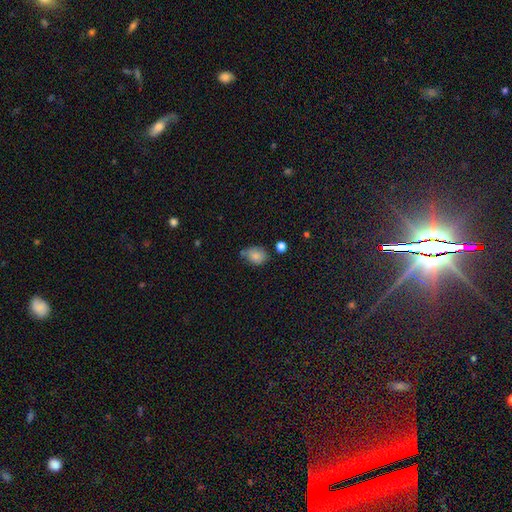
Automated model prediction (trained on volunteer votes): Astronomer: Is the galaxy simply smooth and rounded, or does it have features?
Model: smooth — 83%.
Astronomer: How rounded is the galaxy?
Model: in between — 63%.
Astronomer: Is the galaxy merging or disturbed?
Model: none — 62%.